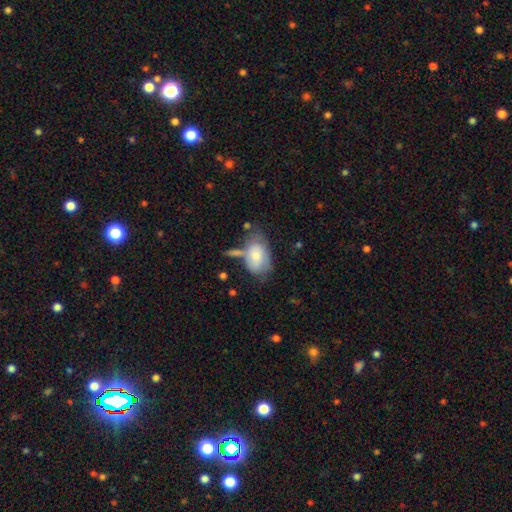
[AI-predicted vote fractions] The model was most divided on "merging": none: 39%, minor disturbance: 27%, merger: 20%, major disturbance: 14%. More confident: how rounded — in between (89%); smooth or featured — smooth (68%).